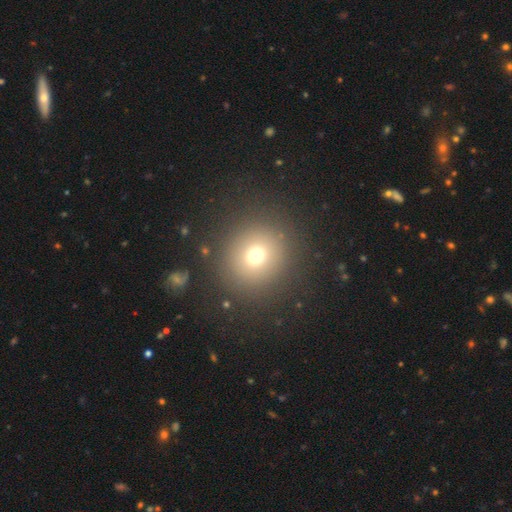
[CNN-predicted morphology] smooth_or_featured: smooth (p=0.71) [alt: star or artifact p=0.18]
how_rounded: round (p=0.90) [alt: in between p=0.10]
merging: none (p=0.87) [alt: minor disturbance p=0.07]